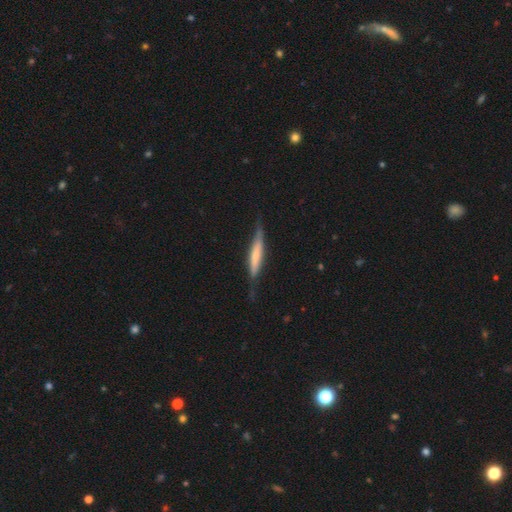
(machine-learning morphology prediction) smooth_or_featured: featured or disk (p=0.50) [alt: smooth p=0.45]
disk_edge_on: yes (p=0.84) [alt: no p=0.16]
merging: none (p=0.67) [alt: minor disturbance p=0.24]